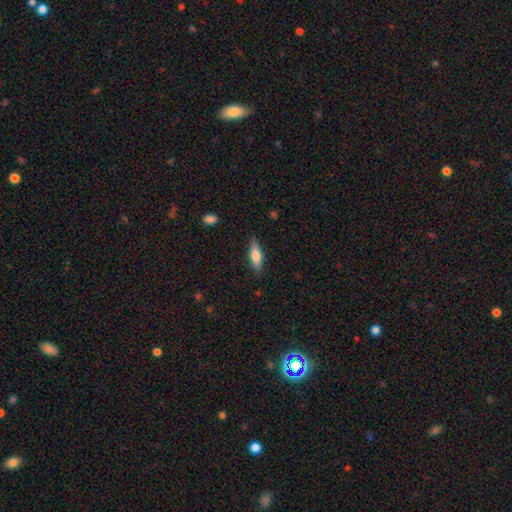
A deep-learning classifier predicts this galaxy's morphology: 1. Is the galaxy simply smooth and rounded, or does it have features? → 61% smooth, 33% featured or disk, 6% star or artifact.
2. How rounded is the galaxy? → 60% cigar-shaped, 38% in between, 2% round.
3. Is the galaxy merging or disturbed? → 85% none, 11% minor disturbance, 2% major disturbance, 1% merger.